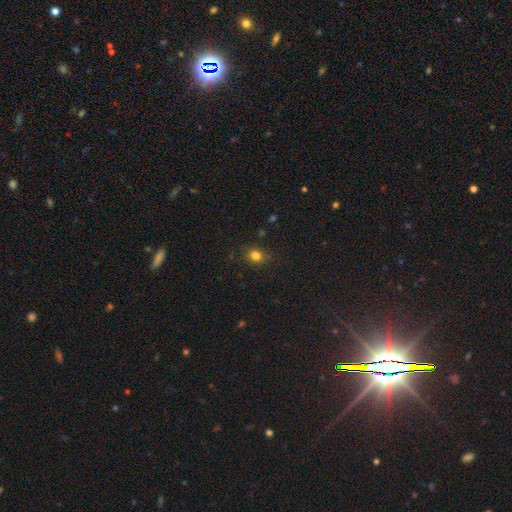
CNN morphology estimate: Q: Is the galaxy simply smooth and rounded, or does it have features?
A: smooth — 81%.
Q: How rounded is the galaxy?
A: round — 60%.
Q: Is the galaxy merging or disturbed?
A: none — 83%.